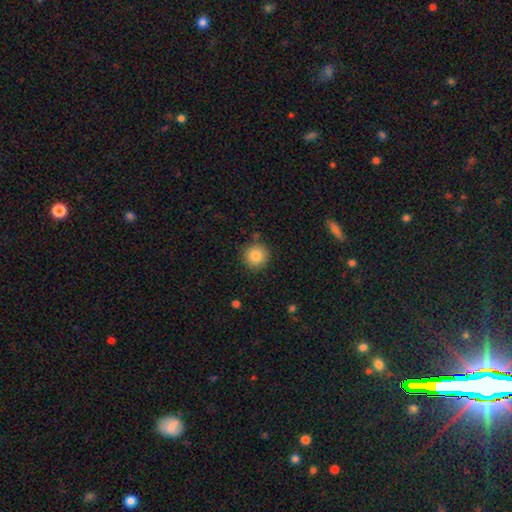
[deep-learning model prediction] A smooth galaxy with no disk features (84%) that is round (95%).

Vote fractions:
- Smooth or featured? smooth: 84% / star or artifact: 10% / featured or disk: 7%
- How rounded? round: 95% / in between: 4% / cigar-shaped: 1%
- Merging? none: 88% / minor disturbance: 7% / major disturbance: 2% / merger: 2%